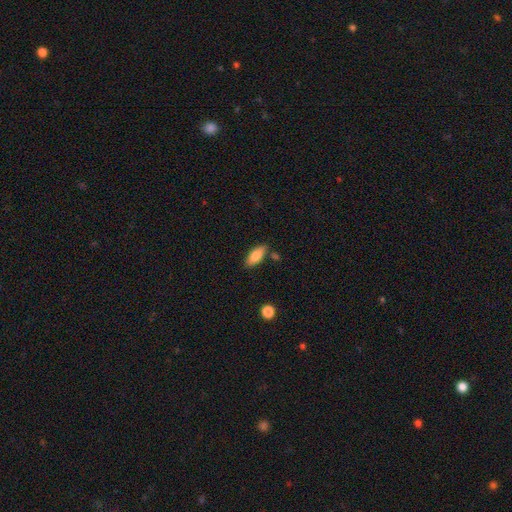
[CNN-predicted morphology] A smooth galaxy with no disk features (83%) that is in between round and cigar-shaped (82%). Merging: none (77%).